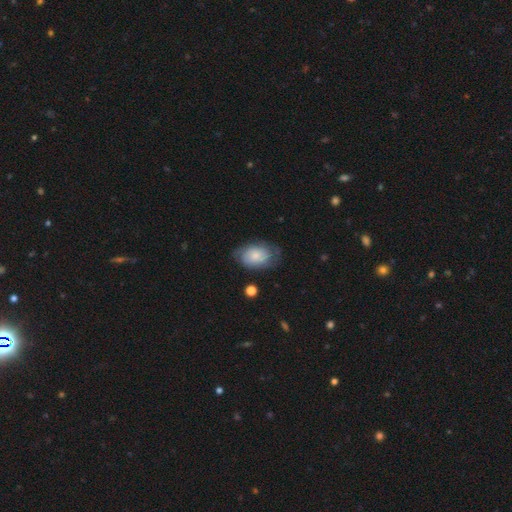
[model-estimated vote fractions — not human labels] Smooth or featured? Predicted: smooth (p=0.56). How rounded? Predicted: in between (p=0.85). Merging? Predicted: none (p=0.63).